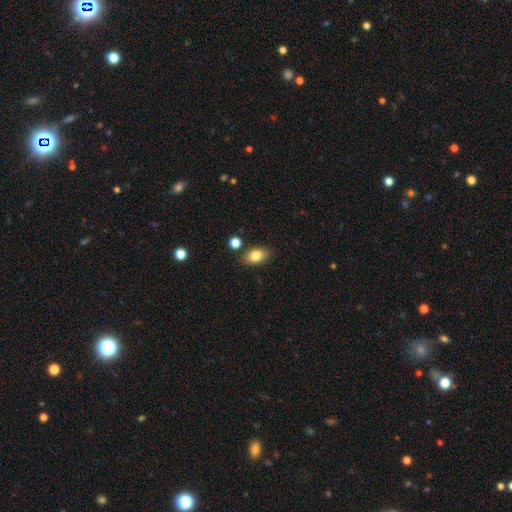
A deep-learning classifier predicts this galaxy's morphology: type=smooth (83%); roundness=in between (87%); merging=none (82%).